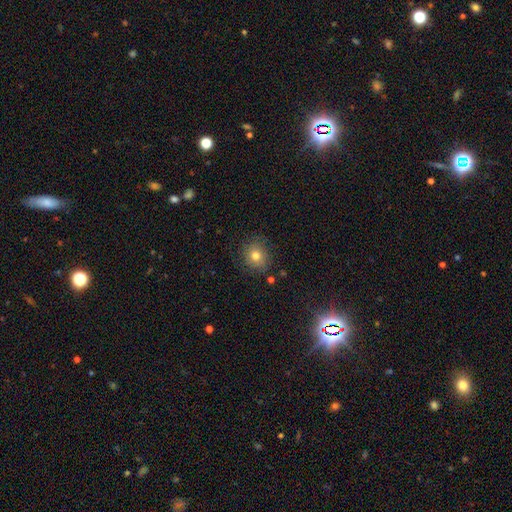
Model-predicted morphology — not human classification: Smooth or featured: smooth — 77% (star or artifact — 13%)
How rounded: round — 83% (in between — 16%)
Merging: none — 84% (minor disturbance — 11%)